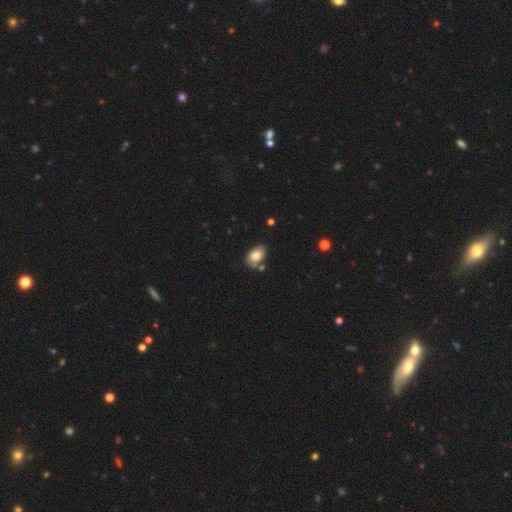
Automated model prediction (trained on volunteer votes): Morphology: type=smooth (81%); roundness=in between (88%); merging=none (66%).